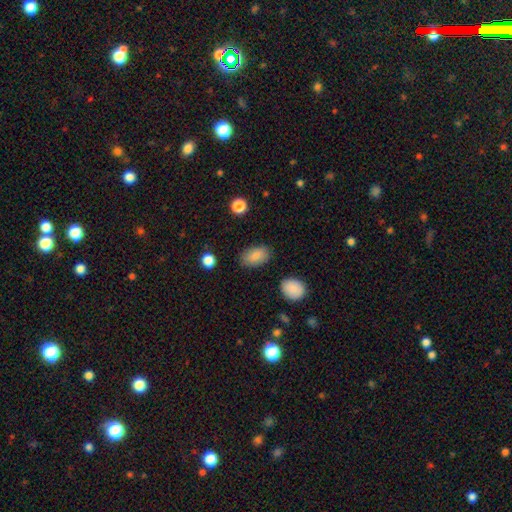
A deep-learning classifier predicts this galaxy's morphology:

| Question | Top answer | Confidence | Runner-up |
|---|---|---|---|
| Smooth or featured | smooth | 87% | star or artifact (7%) |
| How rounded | in between | 92% | round (6%) |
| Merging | none | 84% | minor disturbance (11%) |